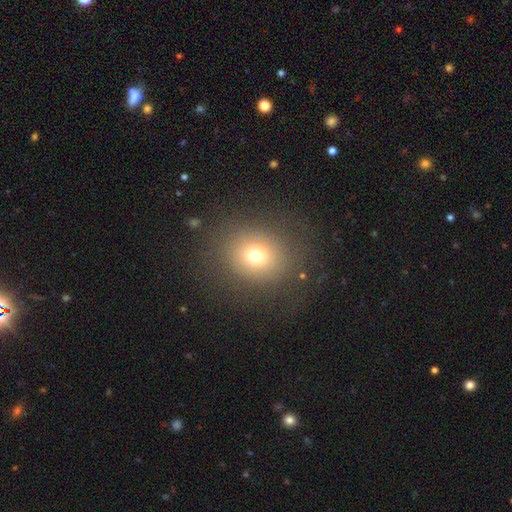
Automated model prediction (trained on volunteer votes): smooth_or_featured: smooth (p=0.70) [alt: star or artifact p=0.17]
how_rounded: round (p=0.72) [alt: in between p=0.27]
merging: none (p=0.82) [alt: minor disturbance p=0.10]